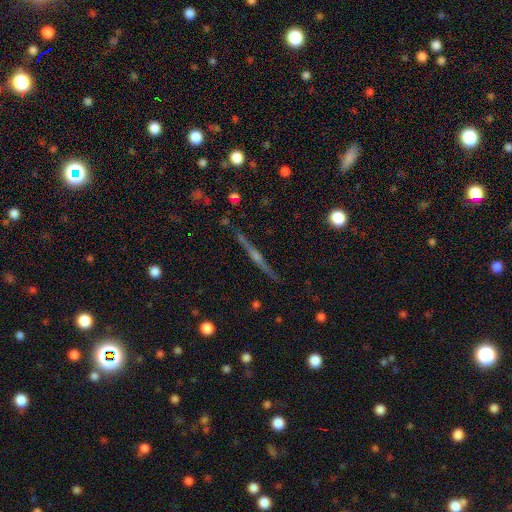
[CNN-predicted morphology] This is likely a featured or disk galaxy (78%). It is clearly viewed edge-on (98%). Edge-on bulge: likely rounded (78%). Merging: clearly none (89%).